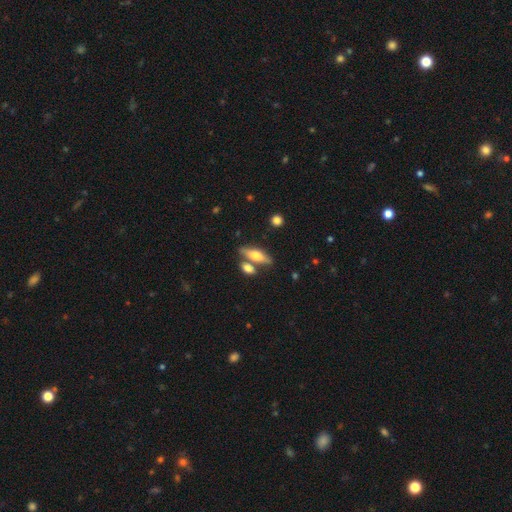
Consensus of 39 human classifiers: Q: Smooth or featured?
A: smooth (69%); runner-up: featured or disk (28%)
Q: How rounded?
A: in between (59%); runner-up: cigar-shaped (41%)
Q: Merging?
A: none (84%); runner-up: merger (11%)